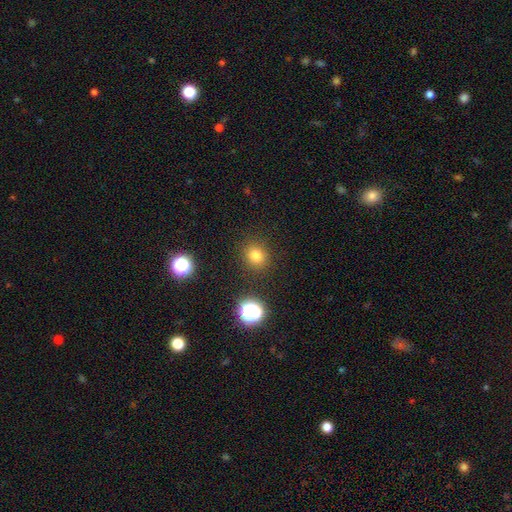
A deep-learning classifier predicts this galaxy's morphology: Overall: smooth (78%). How rounded: round (85%). Merging: none (89%).